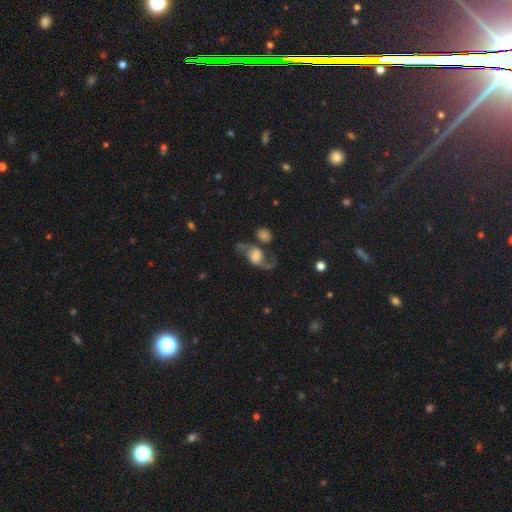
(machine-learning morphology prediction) Q: Smooth or featured?
A: featured or disk (68%); runner-up: smooth (24%)
Q: Edge-on disk?
A: no (93%); runner-up: yes (7%)
Q: Bar?
A: no (44%); runner-up: weak (41%)
Q: Spiral arms?
A: yes (88%); runner-up: no (12%)
Q: Spiral winding?
A: loose (74%); runner-up: medium (22%)
Q: Spiral arm count?
A: 2 (90%); runner-up: 1 (4%)
Q: Bulge size?
A: large (41%); runner-up: moderate (25%)
Q: Merging?
A: none (55%); runner-up: major disturbance (18%)